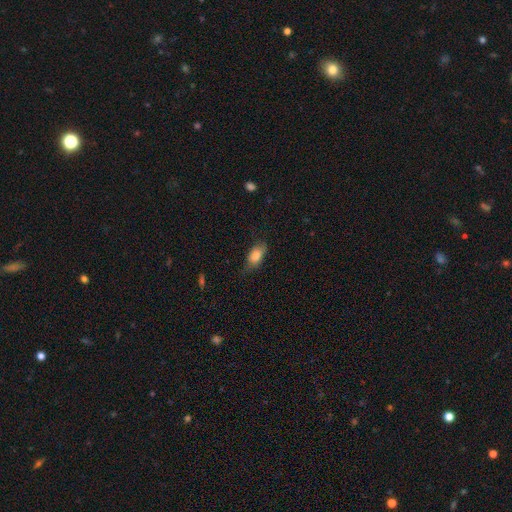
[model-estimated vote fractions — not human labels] Morphology: type=smooth (80%); roundness=in between (86%); merging=none (65%).